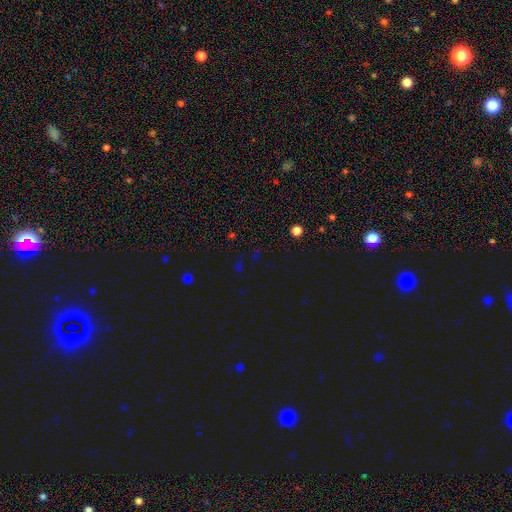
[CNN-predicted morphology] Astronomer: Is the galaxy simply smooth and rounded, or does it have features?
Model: star or artifact — 70%.